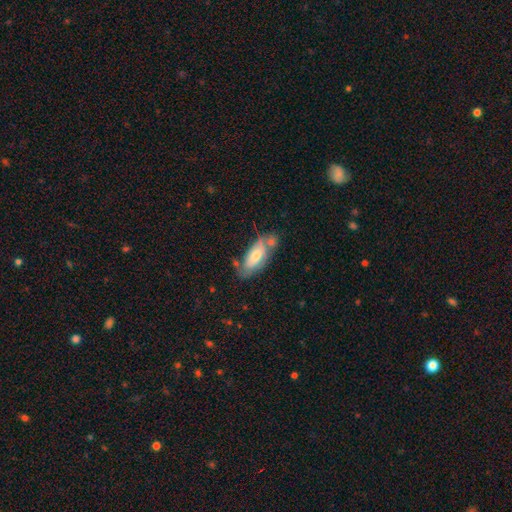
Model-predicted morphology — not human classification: This appears to be a smooth galaxy with no disk features (61%) that is in between round and cigar-shaped (80%). Merging: none (51%).